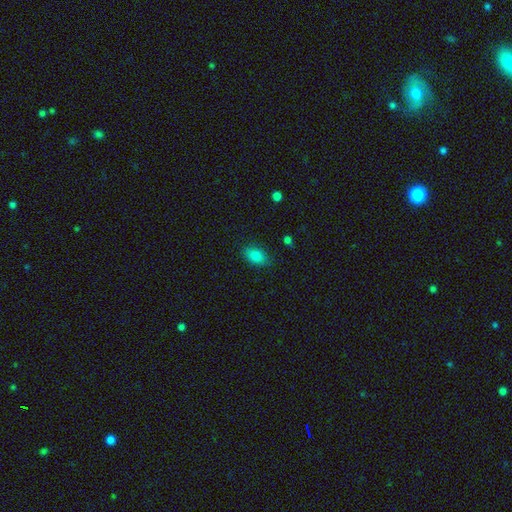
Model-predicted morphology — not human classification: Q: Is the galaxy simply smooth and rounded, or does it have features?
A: smooth — 84%.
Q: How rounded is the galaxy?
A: in between — 87%.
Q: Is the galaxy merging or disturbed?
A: none — 83%.